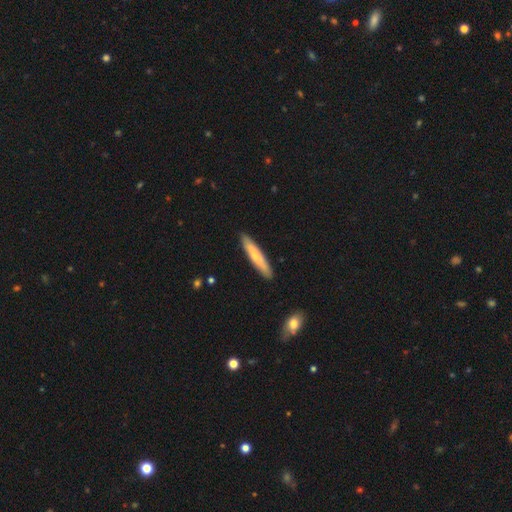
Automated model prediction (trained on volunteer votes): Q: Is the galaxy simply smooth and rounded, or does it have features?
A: smooth — 64%.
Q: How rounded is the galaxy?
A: cigar-shaped — 90%.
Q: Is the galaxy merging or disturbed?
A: none — 90%.